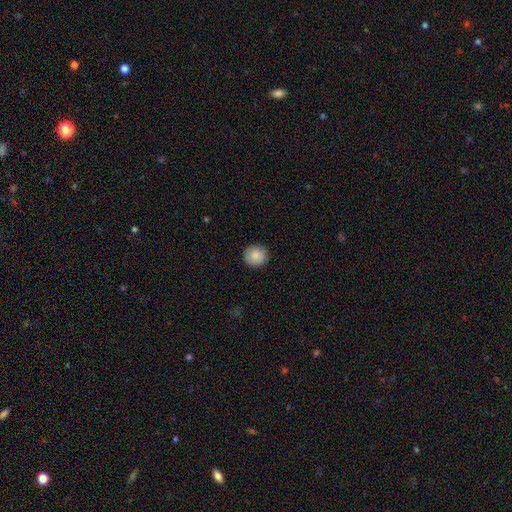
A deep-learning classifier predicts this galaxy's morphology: Smooth or featured?
  - smooth: 87% *
  - star or artifact: 8%
  - featured or disk: 5%
How rounded?
  - round: 90% *
  - in between: 9%
  - cigar-shaped: 1%
Merging?
  - none: 90% *
  - minor disturbance: 7%
  - major disturbance: 2%
  - merger: 1%